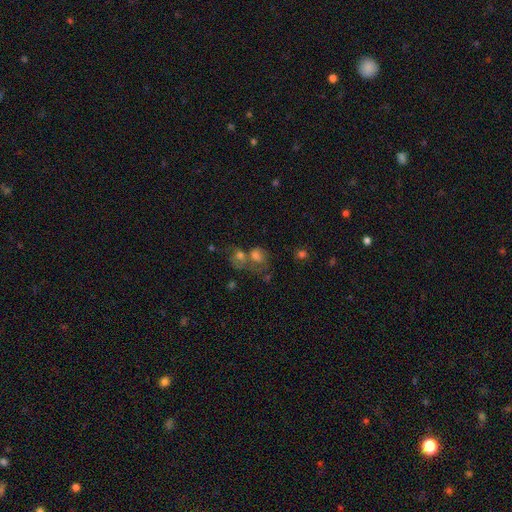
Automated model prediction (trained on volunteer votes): A smooth galaxy with no disk features (59%) that is in between round and cigar-shaped (51%).

Vote fractions:
- Smooth or featured? smooth: 59% / featured or disk: 25% / star or artifact: 16%
- How rounded? in between: 51% / round: 48% / cigar-shaped: 1%
- Merging? merger: 53% / none: 25% / major disturbance: 12% / minor disturbance: 11%